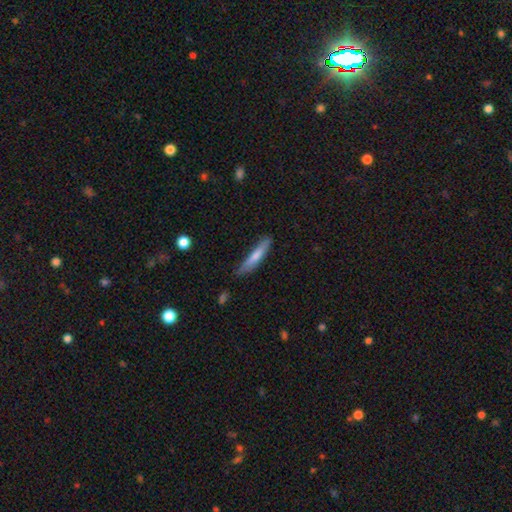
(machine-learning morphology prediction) smooth-or-featured: smooth: 65% | featured or disk: 29% | star or artifact: 6%
  how-rounded: cigar-shaped: 91% | in between: 8% | round: 1%
  merging: none: 75% | minor disturbance: 19% | major disturbance: 3% | merger: 2%